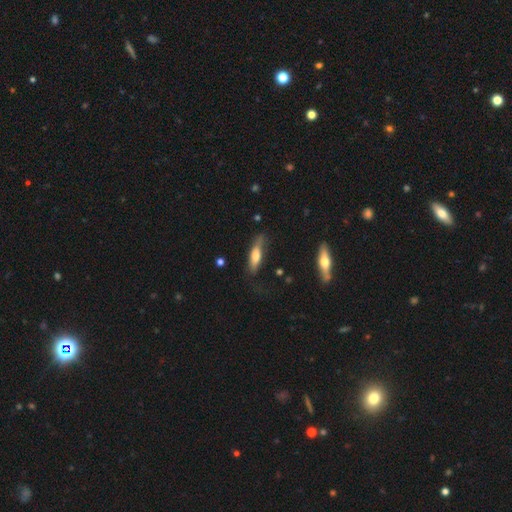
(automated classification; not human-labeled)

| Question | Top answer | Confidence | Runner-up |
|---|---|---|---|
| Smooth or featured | smooth | 62% | featured or disk (31%) |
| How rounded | cigar-shaped | 59% | in between (39%) |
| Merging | none | 57% | minor disturbance (28%) |